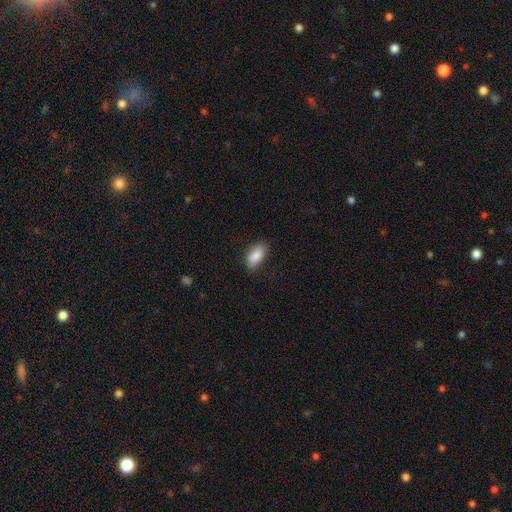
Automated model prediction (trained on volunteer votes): smooth 87%, star or artifact 7%, featured or disk 6%. Down the decision tree: how rounded — in between (92%); merging — none (82%).